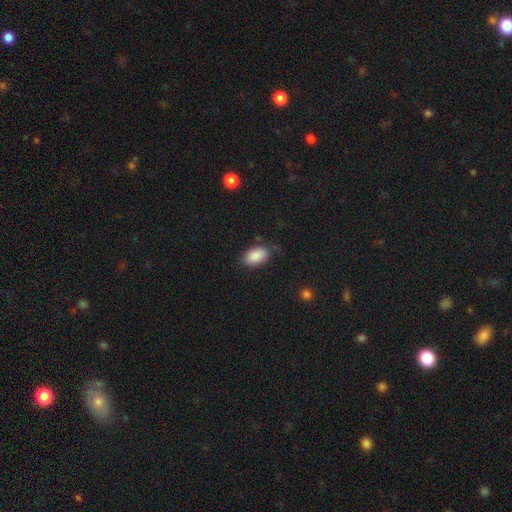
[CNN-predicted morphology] Q: Smooth or featured?
A: smooth (89%); runner-up: star or artifact (7%)
Q: How rounded?
A: in between (93%); runner-up: round (6%)
Q: Merging?
A: none (76%); runner-up: minor disturbance (17%)